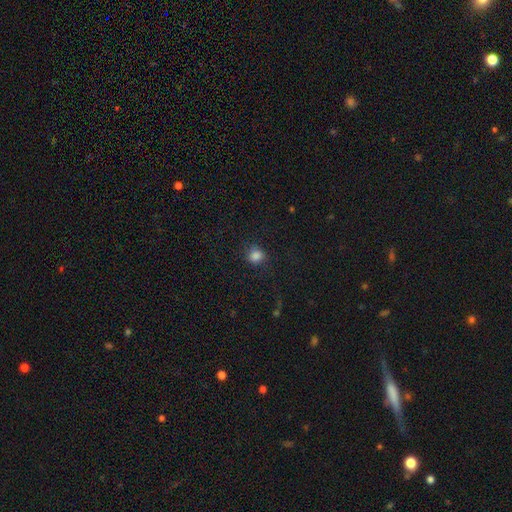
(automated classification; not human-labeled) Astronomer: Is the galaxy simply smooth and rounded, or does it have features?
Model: smooth — 83%.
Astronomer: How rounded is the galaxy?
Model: round — 80%.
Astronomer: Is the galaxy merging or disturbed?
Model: none — 81%.